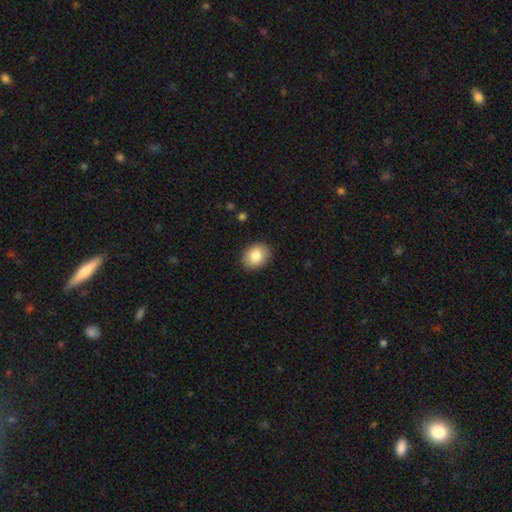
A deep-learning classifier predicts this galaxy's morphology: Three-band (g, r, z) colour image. It shows a smooth galaxy with no disk features (83%) that is in between round and cigar-shaped (58%). Merging: none (90%).